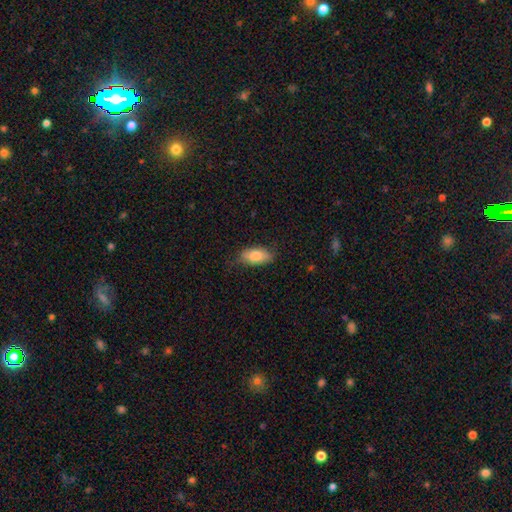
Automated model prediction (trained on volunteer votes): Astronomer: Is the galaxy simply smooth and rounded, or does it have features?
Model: smooth — 81%.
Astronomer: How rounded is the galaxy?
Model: in between — 87%.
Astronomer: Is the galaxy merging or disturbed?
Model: none — 71%.